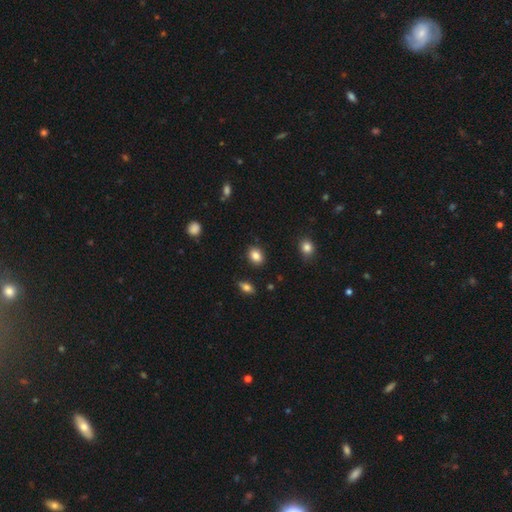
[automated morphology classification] Smooth or featured? smooth (86%)
How rounded? in between (62%)
Merging? none (88%)